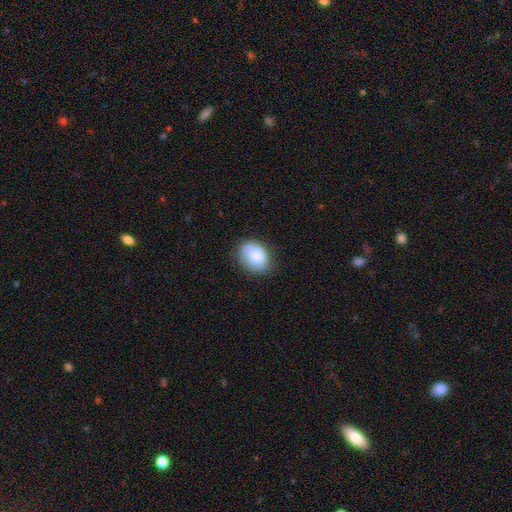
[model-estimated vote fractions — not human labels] Smooth or featured? Predicted: smooth (p=0.70). How rounded? Predicted: in between (p=0.64). Merging? Predicted: none (p=0.69).